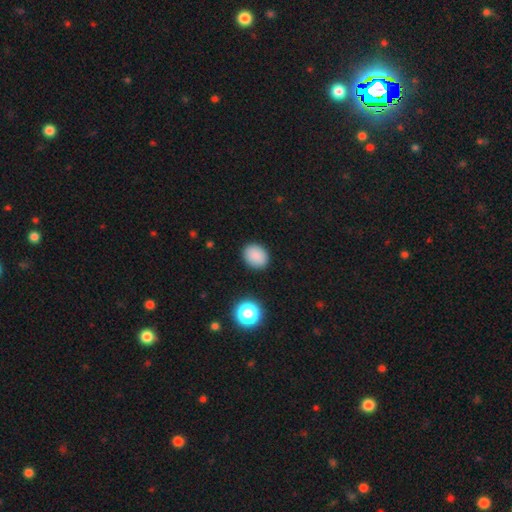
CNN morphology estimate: smooth-or-featured: smooth: 87% | star or artifact: 10% | featured or disk: 3%
  how-rounded: round: 55% | in between: 44% | cigar-shaped: 1%
  merging: none: 89% | minor disturbance: 8% | major disturbance: 2% | merger: 1%